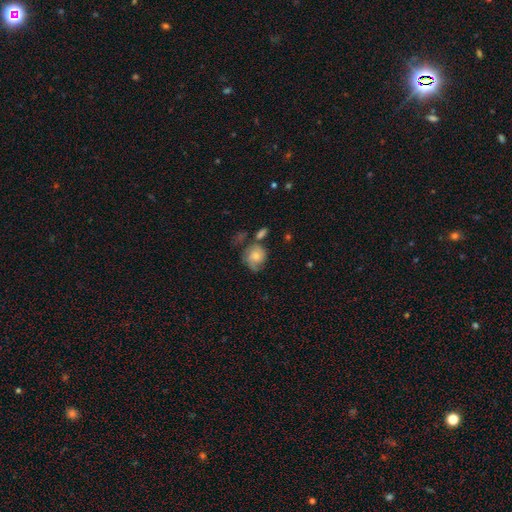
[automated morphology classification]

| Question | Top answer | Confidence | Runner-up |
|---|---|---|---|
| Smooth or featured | smooth | 57% | featured or disk (34%) |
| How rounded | round | 69% | in between (30%) |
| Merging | none | 44% | minor disturbance (28%) |